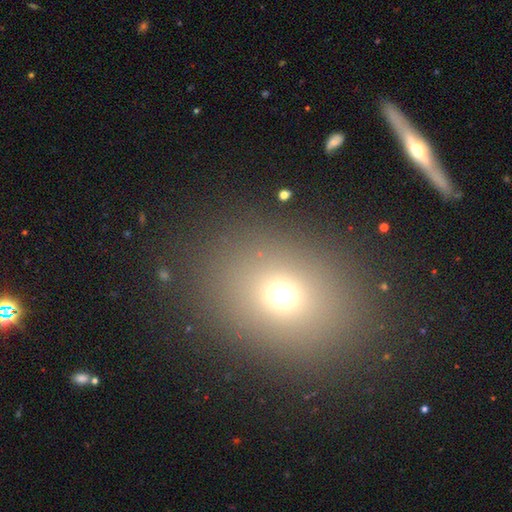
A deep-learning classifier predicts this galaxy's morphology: type=smooth (66%); roundness=round (50%); merging=none (87%).